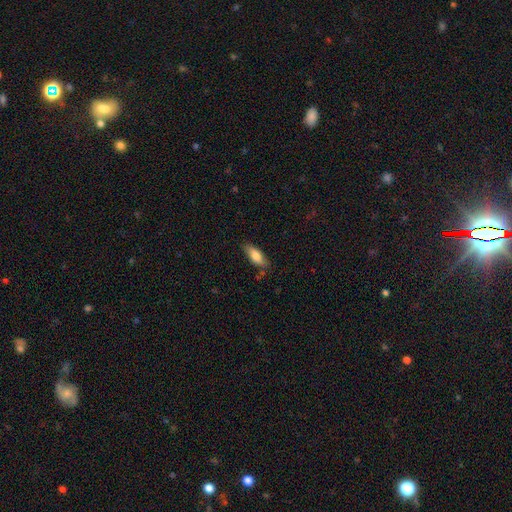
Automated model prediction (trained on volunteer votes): Overall: smooth (78%). How rounded: in between (73%). Merging: none (78%).